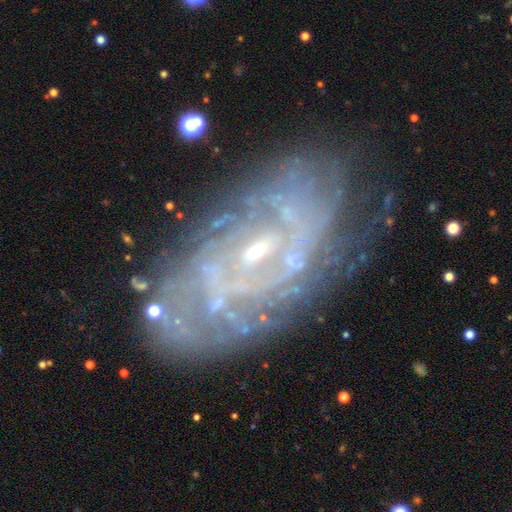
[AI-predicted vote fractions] A featured or disk galaxy (81%) with no bar (45%), tight (67%) spiral arms (86%) and a small central bulge (77%).

Vote fractions:
- Smooth or featured? featured or disk: 81% / smooth: 10% / star or artifact: 9%
- Edge-on disk? no: 94% / yes: 6%
- Bar? no: 45% / weak: 41% / strong: 14%
- Spiral arms? yes: 86% / no: 14%
- Spiral winding? tight: 67% / medium: 25% / loose: 9%
- Spiral arm count? can't tell: 51% / 2: 16% / 3: 9% / 4: 9% / more than 4: 8% / 1: 6%
- Bulge size? small: 77% / moderate: 15% / none: 5% / large: 1% / dominant: 1%
- Merging? none: 74% / minor disturbance: 17% / major disturbance: 7% / merger: 2%